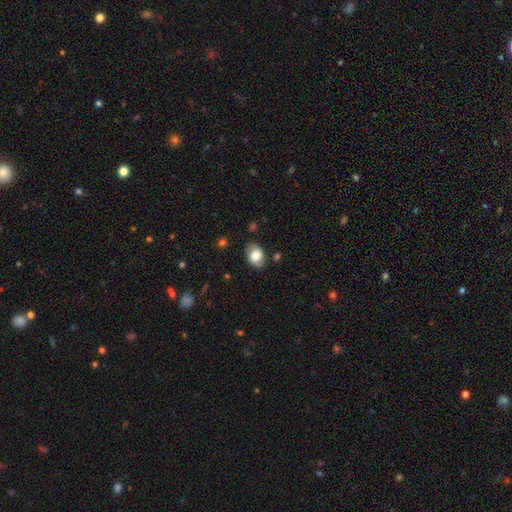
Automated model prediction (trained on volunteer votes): Smooth or featured?
  - smooth: 74% *
  - featured or disk: 18%
  - star or artifact: 8%
How rounded?
  - in between: 81% *
  - round: 18%
  - cigar-shaped: 1%
Merging?
  - none: 77% *
  - minor disturbance: 17%
  - major disturbance: 4%
  - merger: 2%